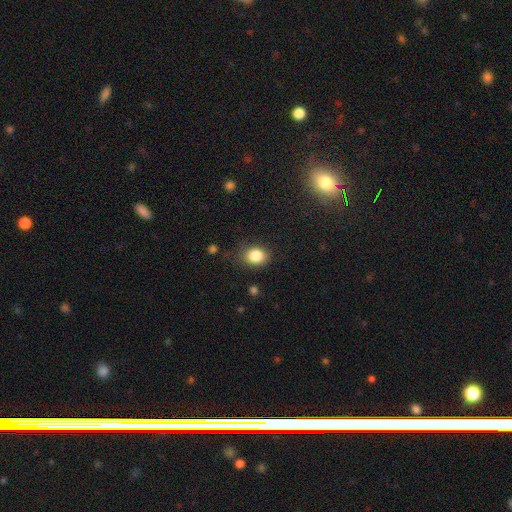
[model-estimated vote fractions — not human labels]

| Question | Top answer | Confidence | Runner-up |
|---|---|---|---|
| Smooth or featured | smooth | 85% | star or artifact (10%) |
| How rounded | round | 52% | in between (47%) |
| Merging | none | 76% | minor disturbance (17%) |